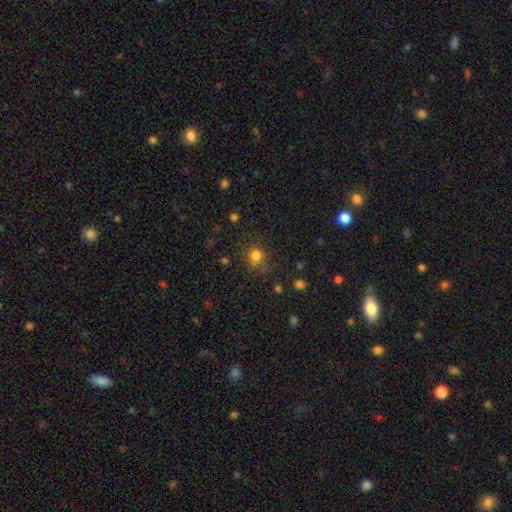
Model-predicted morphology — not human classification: type=smooth (77%); roundness=round (83%); merging=none (71%).